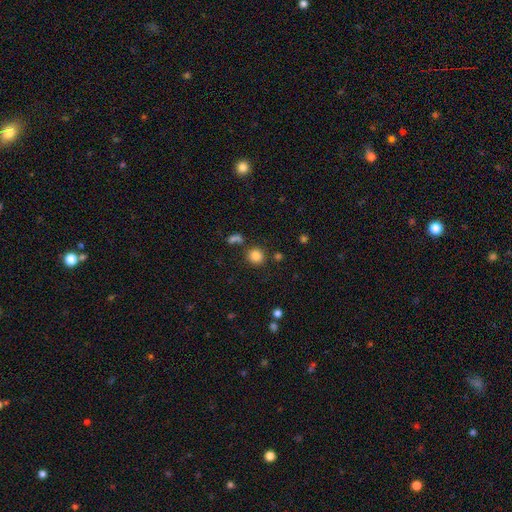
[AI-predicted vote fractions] This is clearly a smooth galaxy (83%). How rounded: clearly round (90%). Merging: clearly none (81%).